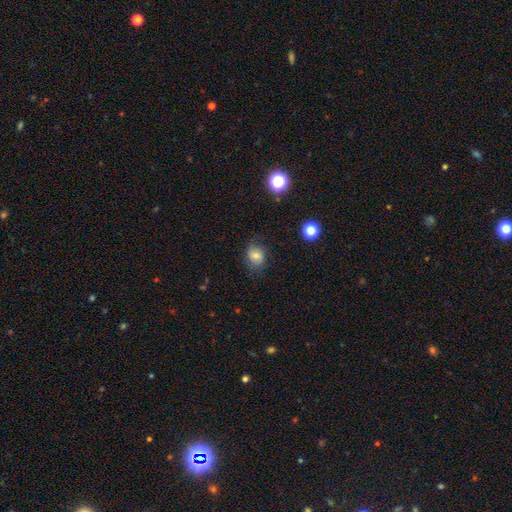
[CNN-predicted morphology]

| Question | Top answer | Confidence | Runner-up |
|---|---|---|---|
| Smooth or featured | smooth | 74% | featured or disk (14%) |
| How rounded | round | 61% | in between (38%) |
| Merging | none | 72% | minor disturbance (20%) |